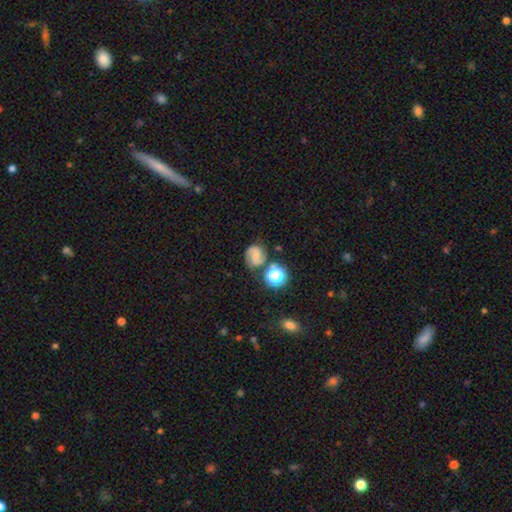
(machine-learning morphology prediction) Smooth or featured?
  - featured or disk: 62% *
  - smooth: 25%
  - star or artifact: 13%
Edge-on disk?
  - no: 98% *
  - yes: 2%
Bar?
  - no: 48% *
  - weak: 40%
  - strong: 12%
Spiral arms?
  - yes: 94% *
  - no: 6%
Spiral winding?
  - medium: 52% *
  - tight: 33%
  - loose: 15%
Spiral arm count?
  - 2: 86% *
  - can't tell: 6%
  - 1: 3%
  - 3: 3%
  - 4: 1%
  - more than 4: 1%
Bulge size?
  - small: 42% *
  - none: 29%
  - moderate: 22%
  - large: 4%
  - dominant: 2%
Merging?
  - none: 67% *
  - minor disturbance: 16%
  - merger: 10%
  - major disturbance: 7%